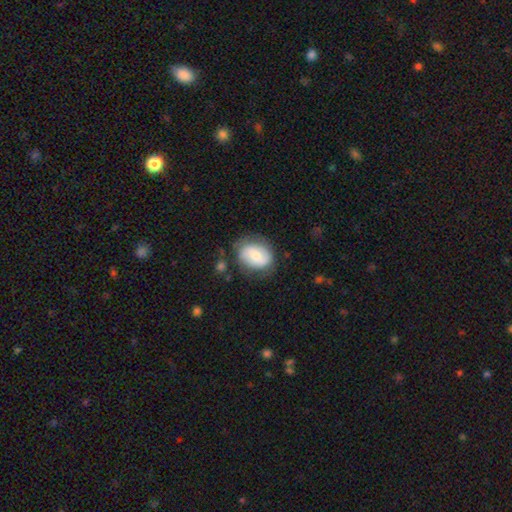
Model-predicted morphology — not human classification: smooth-or-featured: smooth: 59% | featured or disk: 34% | star or artifact: 7%
  how-rounded: in between: 60% | round: 39% | cigar-shaped: 1%
  merging: none: 71% | minor disturbance: 20% | major disturbance: 7% | merger: 2%